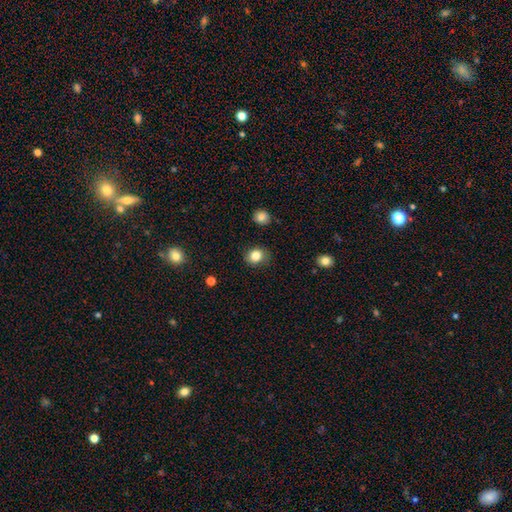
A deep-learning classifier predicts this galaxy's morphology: type=smooth (84%); roundness=round (69%); merging=none (86%).